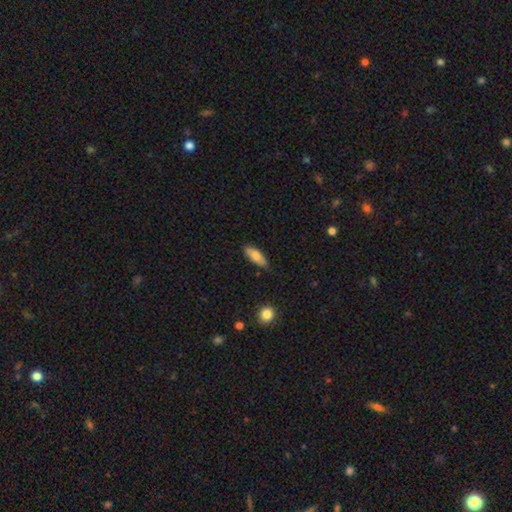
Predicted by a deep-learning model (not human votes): A smooth galaxy with no disk features (77%) that is in between round and cigar-shaped (65%). Merging: none (75%).